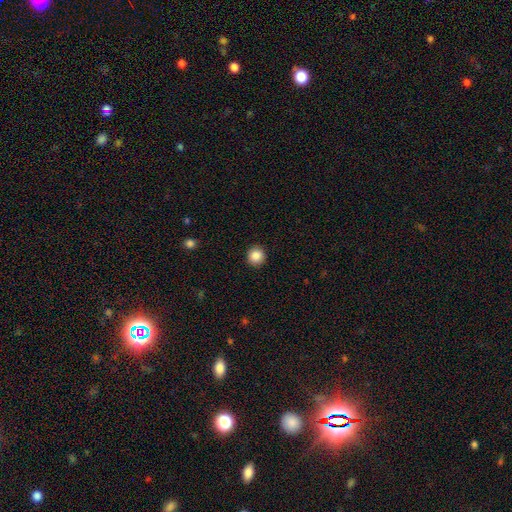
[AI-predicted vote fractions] Morphology: type=smooth (86%); roundness=round (93%); merging=none (92%).